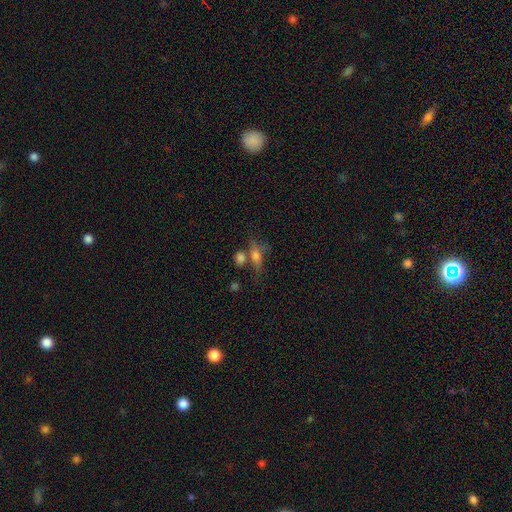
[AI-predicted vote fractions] Q: Smooth or featured?
A: smooth (65%); runner-up: featured or disk (22%)
Q: How rounded?
A: in between (67%); runner-up: round (19%)
Q: Merging?
A: none (37%); runner-up: merger (30%)